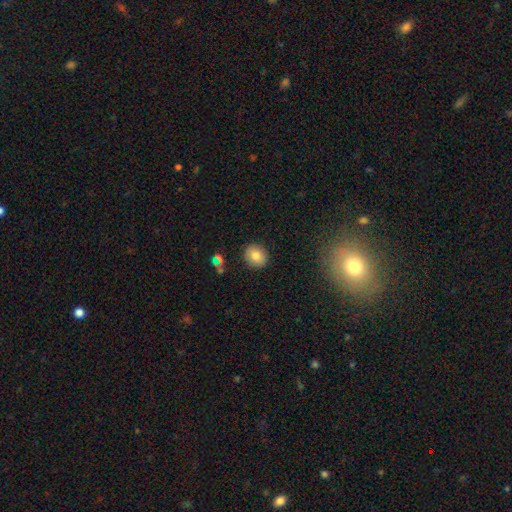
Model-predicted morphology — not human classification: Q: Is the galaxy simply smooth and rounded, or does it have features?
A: smooth — 80%.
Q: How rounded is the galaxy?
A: round — 81%.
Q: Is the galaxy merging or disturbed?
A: none — 89%.